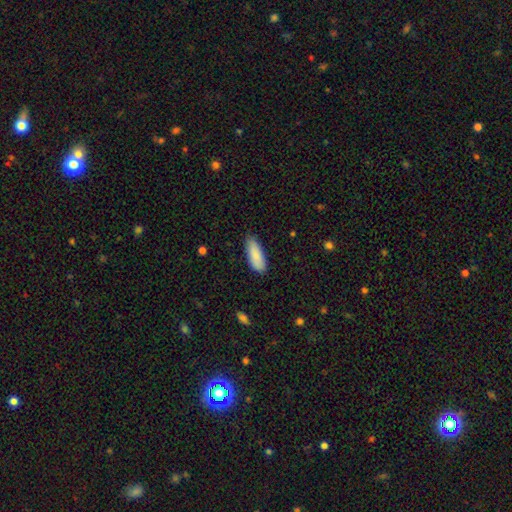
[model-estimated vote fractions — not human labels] Smooth or featured? smooth (88%)
How rounded? in between (71%)
Merging? none (82%)